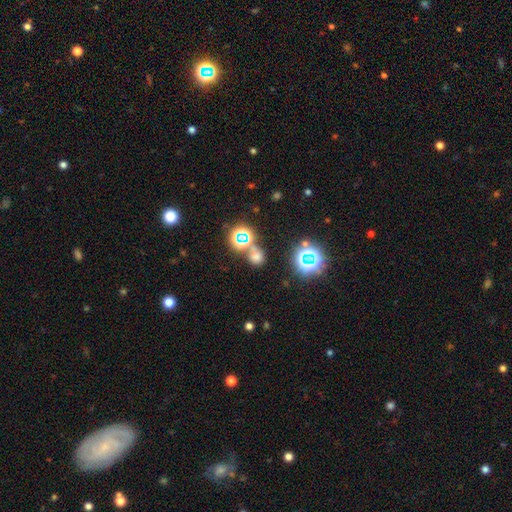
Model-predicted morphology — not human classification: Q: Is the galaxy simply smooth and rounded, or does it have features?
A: smooth — 55%.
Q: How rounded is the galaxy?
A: round — 82%.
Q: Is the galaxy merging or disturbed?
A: none — 57%.